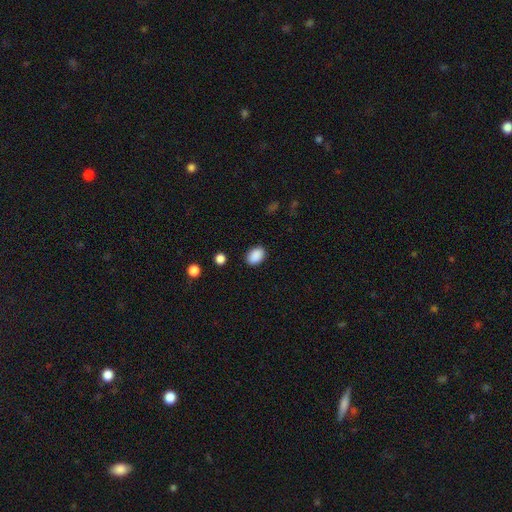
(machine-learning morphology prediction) Smooth or featured? Predicted: smooth (p=0.90). How rounded? Predicted: in between (p=0.80). Merging? Predicted: none (p=0.88).